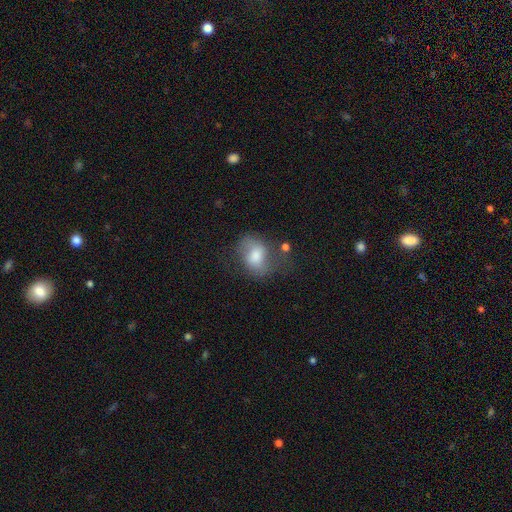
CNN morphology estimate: smooth 57%, featured or disk 34%, star or artifact 9%. Down the decision tree: how rounded — in between (68%); merging — none (44%).